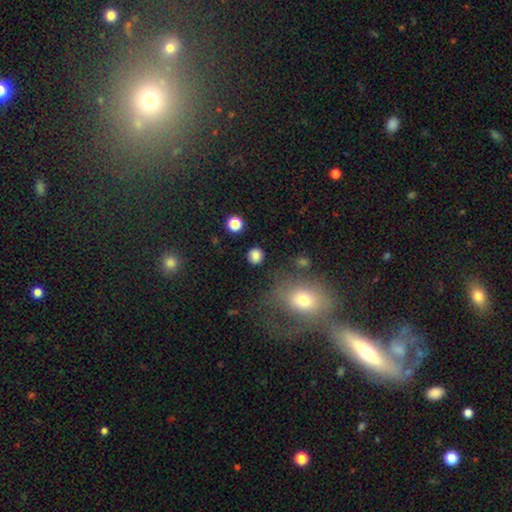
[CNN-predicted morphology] This is clearly a smooth galaxy (84%). How rounded: clearly round (84%). Merging: clearly none (86%).